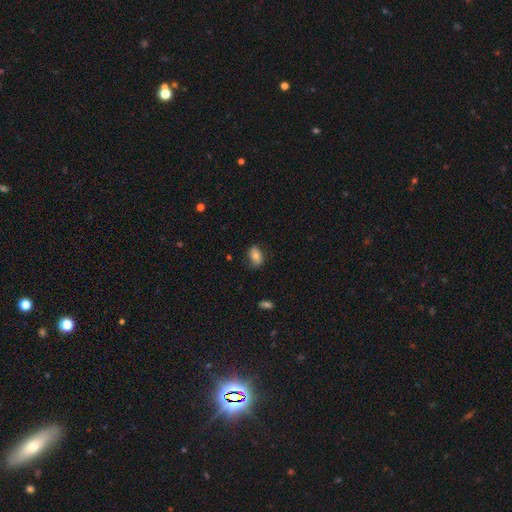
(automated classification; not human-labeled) Q: Smooth or featured?
A: smooth (75%); runner-up: featured or disk (16%)
Q: How rounded?
A: in between (82%); runner-up: round (16%)
Q: Merging?
A: none (72%); runner-up: minor disturbance (21%)